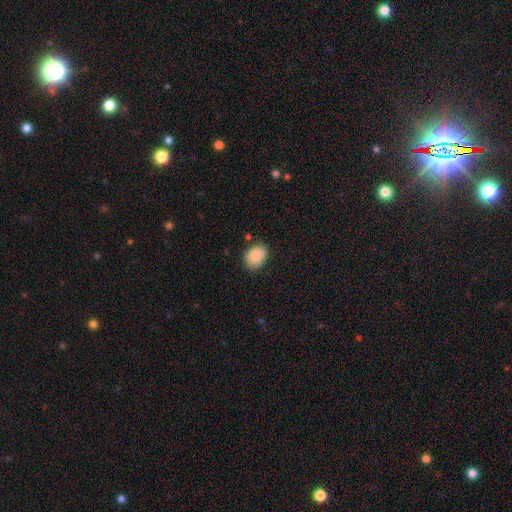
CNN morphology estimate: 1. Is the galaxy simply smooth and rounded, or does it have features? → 86% smooth, 7% star or artifact, 7% featured or disk.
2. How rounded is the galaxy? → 63% in between, 36% round, 1% cigar-shaped.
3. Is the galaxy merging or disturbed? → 81% none, 15% minor disturbance, 3% major disturbance, 2% merger.